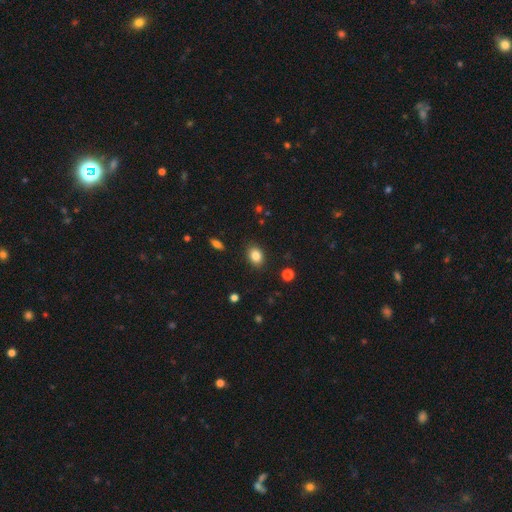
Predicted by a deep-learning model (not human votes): smooth 85%, star or artifact 10%, featured or disk 6%. Down the decision tree: how rounded — in between (68%); merging — none (87%).